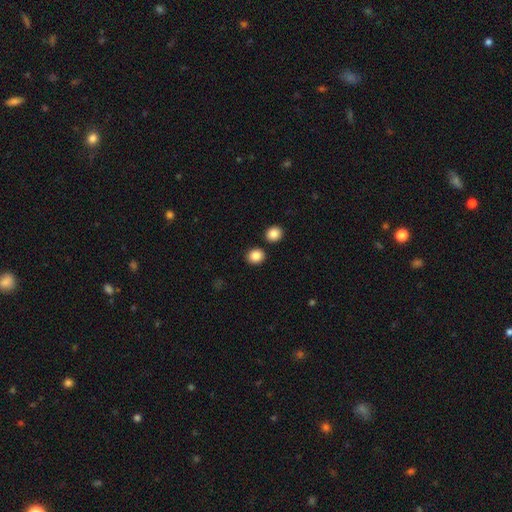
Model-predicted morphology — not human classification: This is clearly a smooth galaxy (86%). How rounded: likely round (78%). Merging: clearly none (84%).